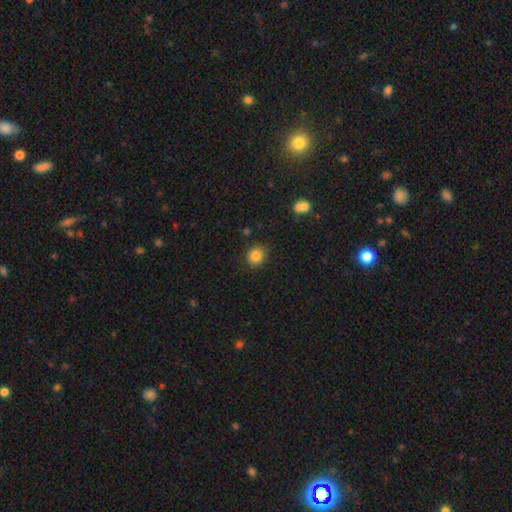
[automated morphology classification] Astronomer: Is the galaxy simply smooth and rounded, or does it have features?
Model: smooth — 84%.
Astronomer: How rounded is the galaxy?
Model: round — 83%.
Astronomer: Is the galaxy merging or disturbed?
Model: none — 88%.